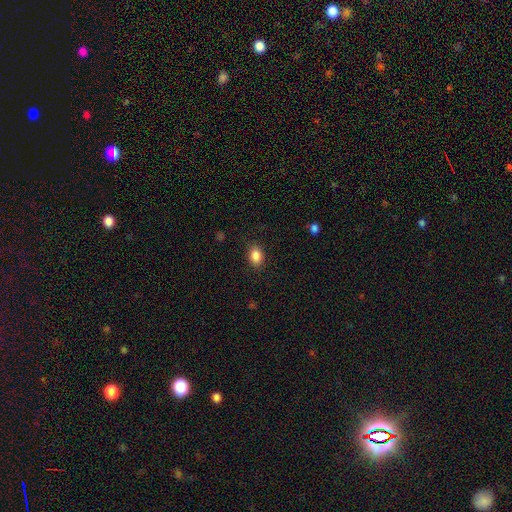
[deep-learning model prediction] smooth 87%, star or artifact 9%, featured or disk 4%. Down the decision tree: how rounded — in between (74%); merging — none (87%).